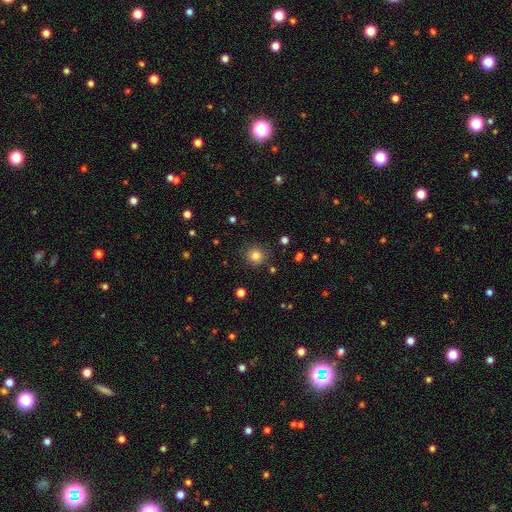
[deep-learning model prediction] smooth-or-featured: smooth: 81% | star or artifact: 13% | featured or disk: 6%
  how-rounded: round: 92% | in between: 7% | cigar-shaped: 1%
  merging: none: 86% | minor disturbance: 9% | major disturbance: 3% | merger: 2%